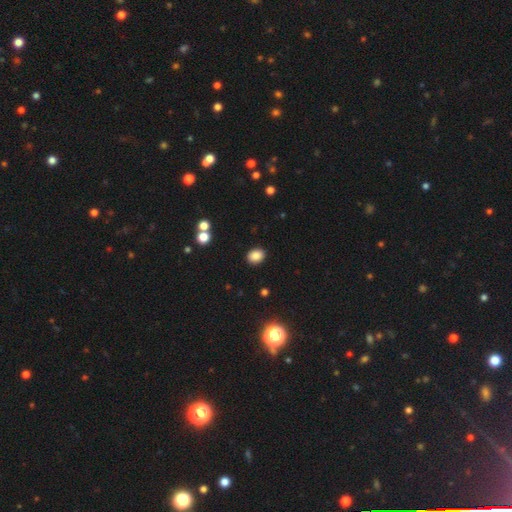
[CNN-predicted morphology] This is clearly a smooth galaxy (85%). How rounded: possibly in between (57%). Merging: clearly none (89%).